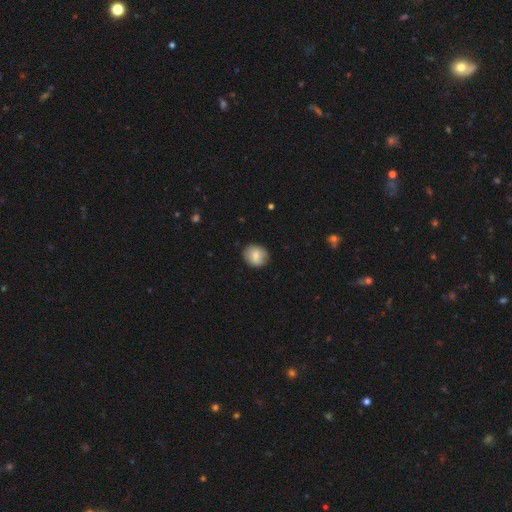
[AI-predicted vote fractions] smooth-or-featured: smooth: 81% | featured or disk: 11% | star or artifact: 8%
  how-rounded: round: 76% | in between: 23% | cigar-shaped: 1%
  merging: none: 88% | minor disturbance: 9% | major disturbance: 2% | merger: 1%